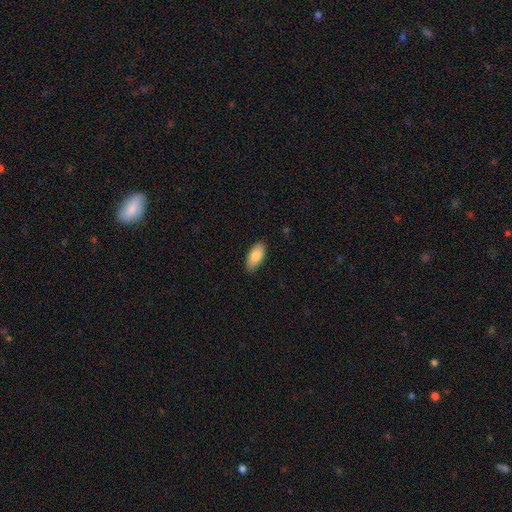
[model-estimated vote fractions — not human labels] A smooth galaxy with no disk features (86%) that is in between round and cigar-shaped (91%).

Vote fractions:
- Smooth or featured? smooth: 86% / featured or disk: 8% / star or artifact: 6%
- How rounded? in between: 91% / cigar-shaped: 7% / round: 2%
- Merging? none: 86% / minor disturbance: 11% / major disturbance: 2% / merger: 1%